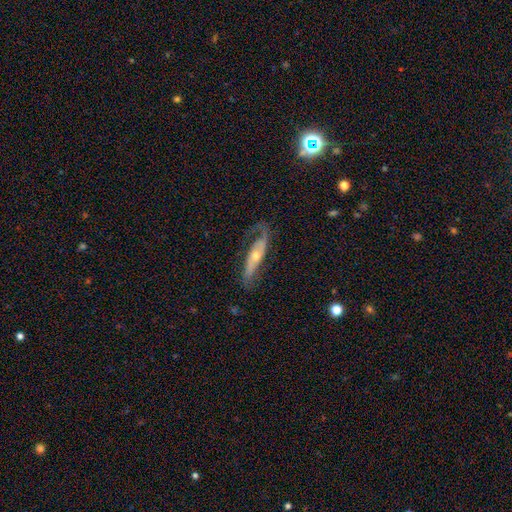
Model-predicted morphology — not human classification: This appears to be a featured or disk galaxy (75%) with no bar (64%), spiral arms (87%) and a moderate central bulge (52%). Merging: none (57%).